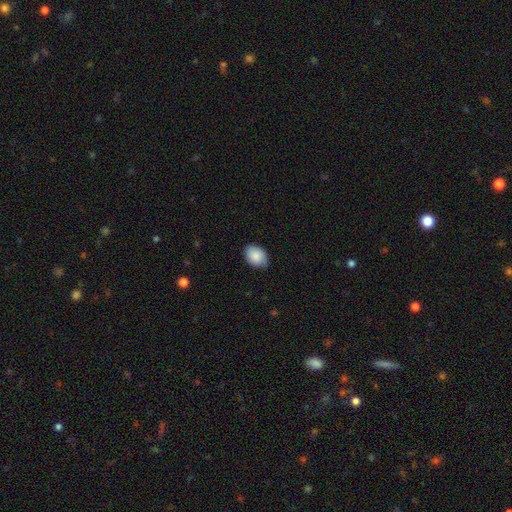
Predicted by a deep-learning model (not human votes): Smooth or featured? Predicted: smooth (p=0.88). How rounded? Predicted: in between (p=0.74). Merging? Predicted: none (p=0.79).